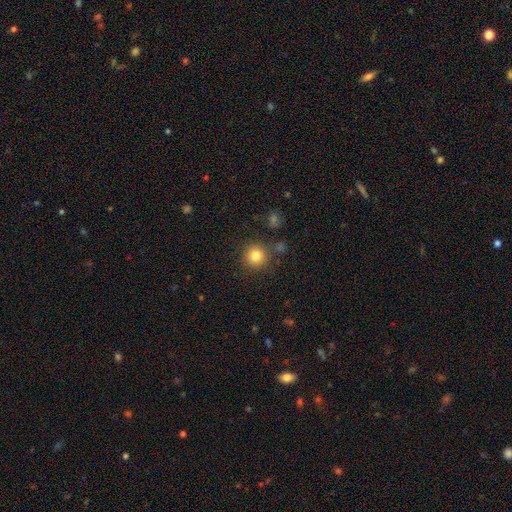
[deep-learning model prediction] smooth_or_featured: smooth (p=0.83) [alt: star or artifact p=0.12]
how_rounded: round (p=0.94) [alt: in between p=0.05]
merging: none (p=0.85) [alt: minor disturbance p=0.08]